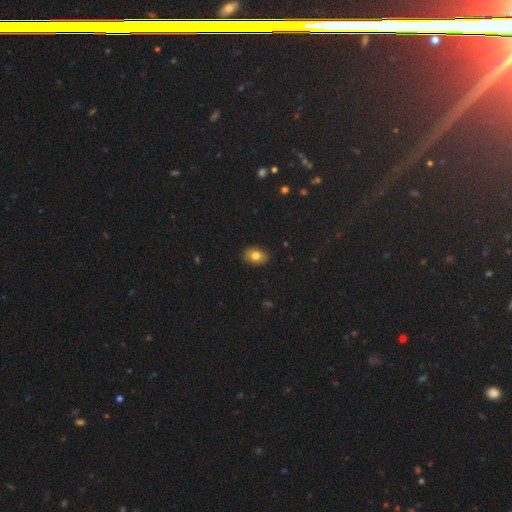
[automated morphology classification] Smooth or featured? Predicted: smooth (p=0.79). How rounded? Predicted: in between (p=0.78). Merging? Predicted: none (p=0.88).